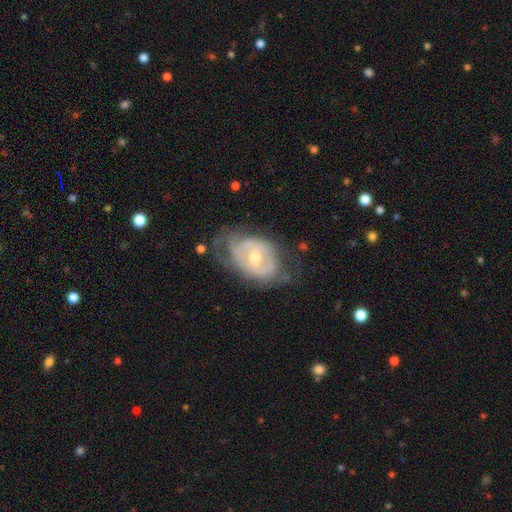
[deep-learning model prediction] smooth-or-featured: featured or disk: 74% | smooth: 17% | star or artifact: 9%
  disk-edge-on: no: 94% | yes: 6%
    bar: no: 48% | weak: 37% | strong: 15%
    has-spiral-arms: yes: 75% | no: 25%
      spiral-winding: tight: 62% | medium: 28% | loose: 10%
      spiral-arm-count: can't tell: 47% | 2: 35% | 3: 8% | 1: 4% | 4: 4% | more than 4: 3%
    bulge-size: small: 50% | moderate: 46% | large: 2% | none: 1% | dominant: 1%
  merging: none: 63% | minor disturbance: 23% | major disturbance: 12% | merger: 2%